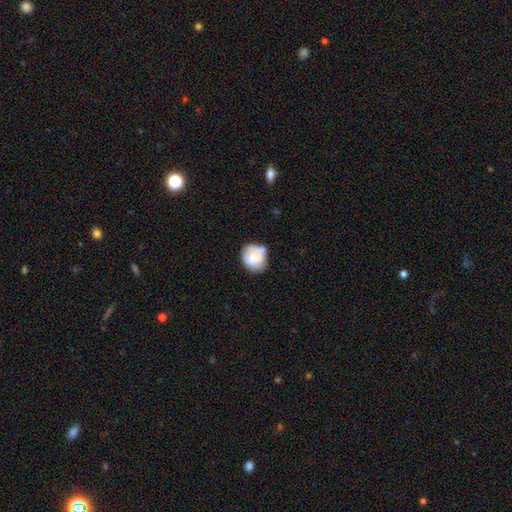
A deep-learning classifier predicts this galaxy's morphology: A smooth galaxy with no disk features (67%) that is round (70%).

Vote fractions:
- Smooth or featured? smooth: 67% / featured or disk: 25% / star or artifact: 8%
- How rounded? round: 70% / in between: 29% / cigar-shaped: 1%
- Merging? none: 52% / minor disturbance: 31% / major disturbance: 10% / merger: 7%